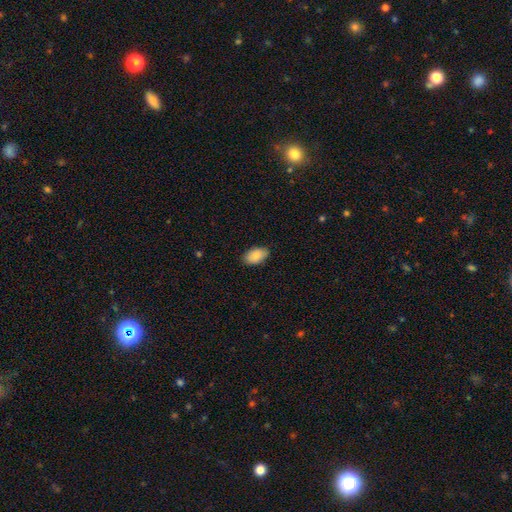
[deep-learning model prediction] This appears to be a smooth galaxy with no disk features (85%) that is in between round and cigar-shaped (93%). Merging: none (86%).